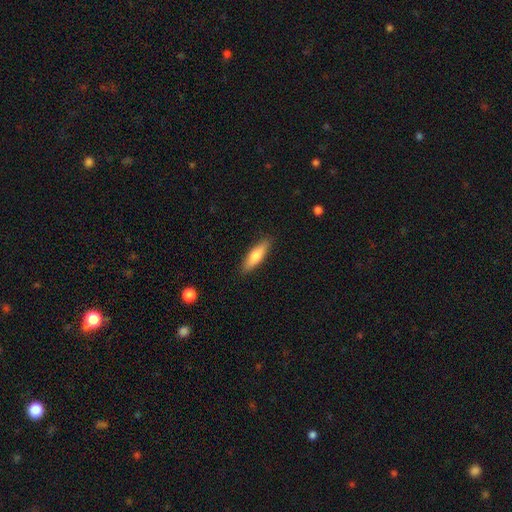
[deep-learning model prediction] The model was most divided on "how rounded": cigar-shaped: 61%, in between: 37%, round: 2%. More confident: merging — none (89%); smooth or featured — smooth (70%).